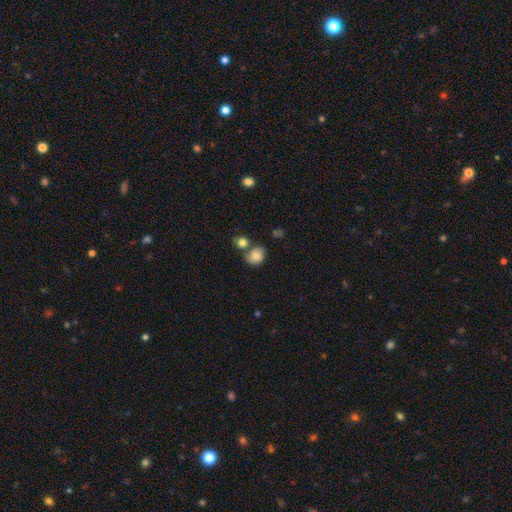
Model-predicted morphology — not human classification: This appears to be a smooth galaxy with no disk features (80%) that is round (62%). Merging: none (48%).